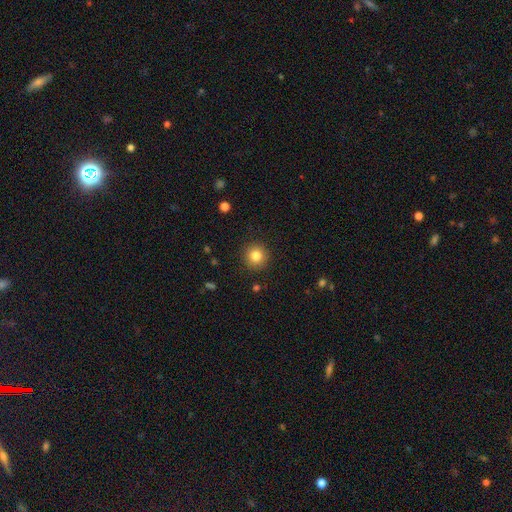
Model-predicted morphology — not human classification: Smooth or featured: smooth — 82% (star or artifact — 11%)
How rounded: round — 94% (in between — 5%)
Merging: none — 91% (minor disturbance — 6%)